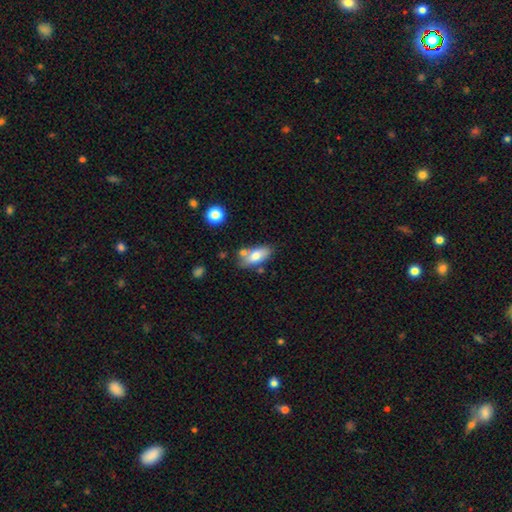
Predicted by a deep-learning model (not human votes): Smooth or featured? Predicted: smooth (p=0.75). How rounded? Predicted: in between (p=0.87). Merging? Predicted: none (p=0.60).